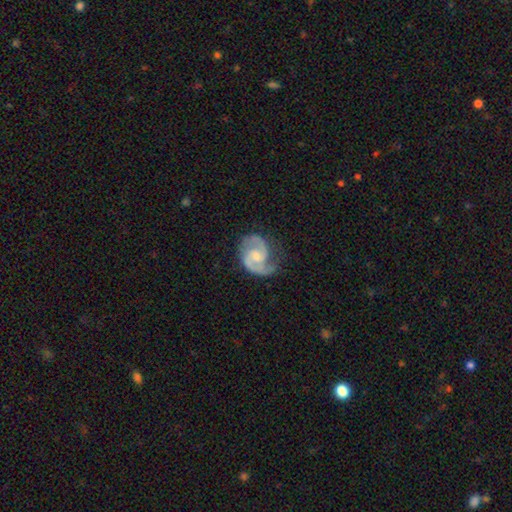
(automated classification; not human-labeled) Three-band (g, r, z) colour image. It shows a featured or disk galaxy (90%) with a weak bar (46%, tied with no), 2 (91%) medium (58%) spiral arms (98%) and a moderate central bulge (41%). Merging: none (71%).